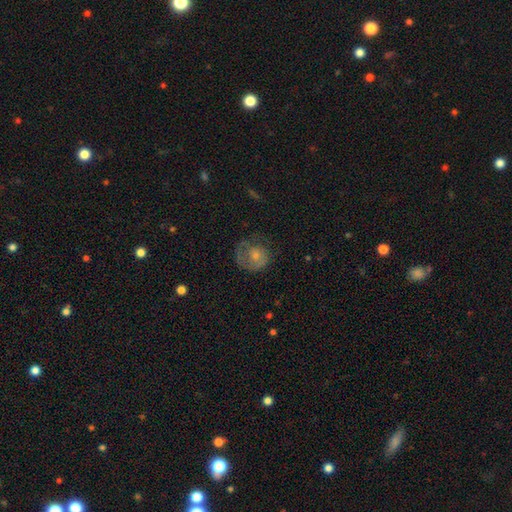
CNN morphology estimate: smooth-or-featured: featured or disk: 47% | smooth: 40% | star or artifact: 13%
  merging: none: 61% | minor disturbance: 21% | major disturbance: 17% | merger: 1%